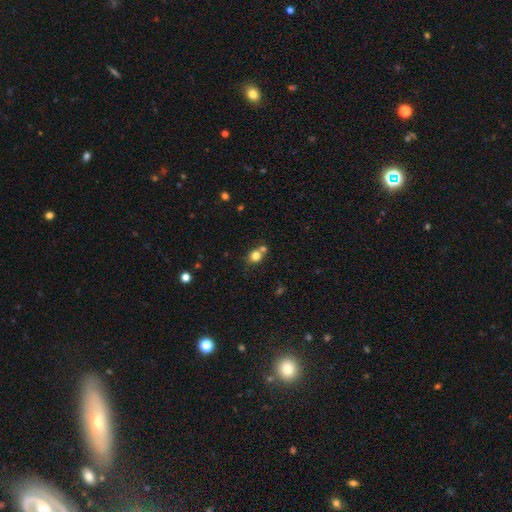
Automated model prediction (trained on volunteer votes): Smooth or featured? Predicted: smooth (p=0.78). How rounded? Predicted: round (p=0.77). Merging? Predicted: none (p=0.54).